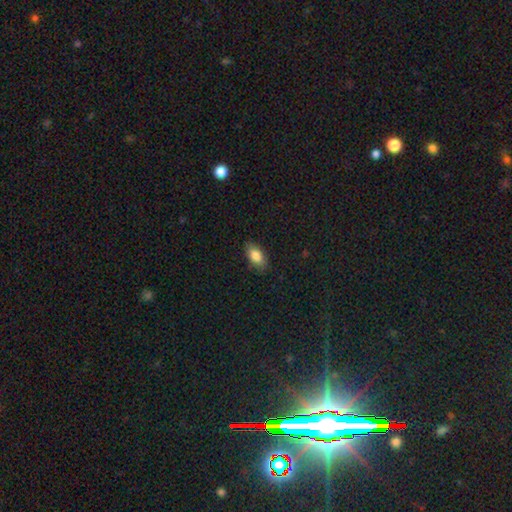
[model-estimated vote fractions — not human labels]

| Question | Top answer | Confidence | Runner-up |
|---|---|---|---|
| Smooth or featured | smooth | 84% | featured or disk (9%) |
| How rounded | in between | 91% | round (4%) |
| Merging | none | 84% | minor disturbance (12%) |